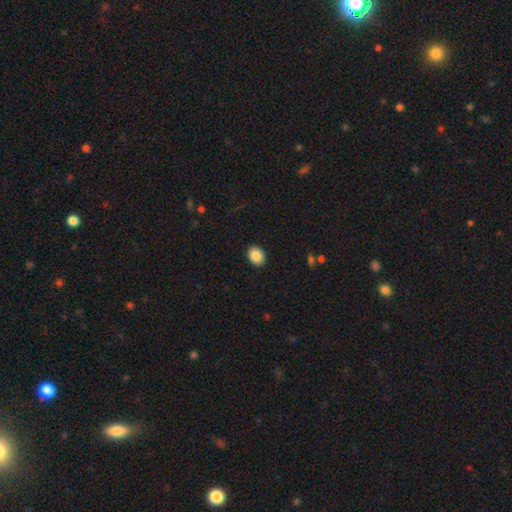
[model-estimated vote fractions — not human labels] Smooth or featured? smooth (87%)
How rounded? in between (58%)
Merging? none (91%)